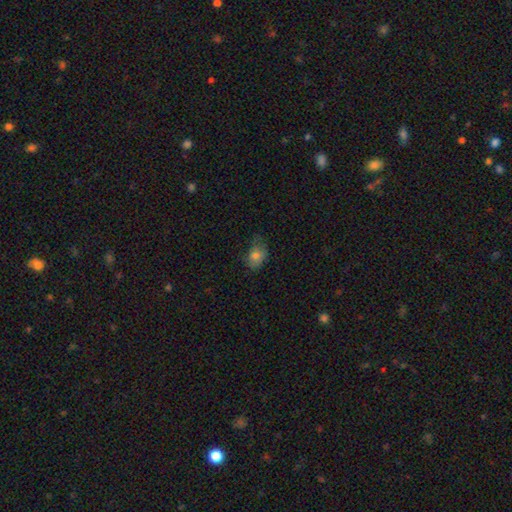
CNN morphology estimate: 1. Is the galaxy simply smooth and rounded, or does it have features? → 78% smooth, 13% featured or disk, 9% star or artifact.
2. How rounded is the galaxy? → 70% in between, 29% round, 1% cigar-shaped.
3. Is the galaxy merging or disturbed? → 52% none, 34% minor disturbance, 13% major disturbance, 1% merger.